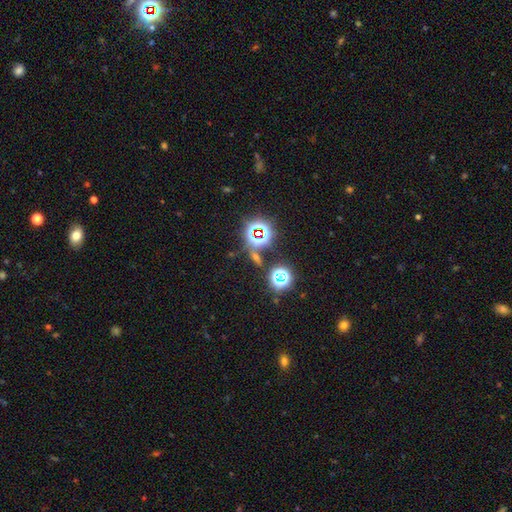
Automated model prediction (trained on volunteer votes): Smooth or featured: star or artifact — 76% (smooth — 16%)